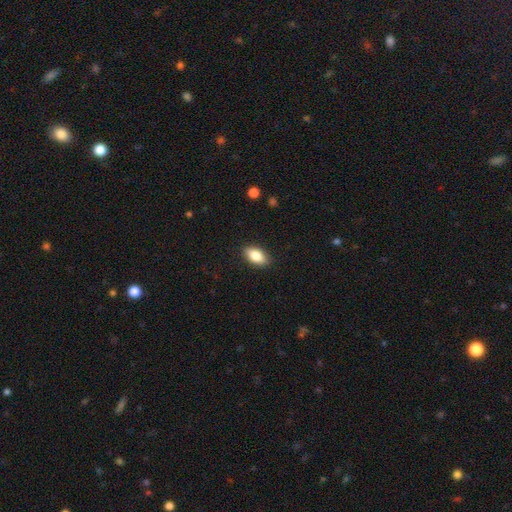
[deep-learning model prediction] This appears to be a smooth galaxy with no disk features (82%) that is in between round and cigar-shaped (89%). Merging: none (88%).